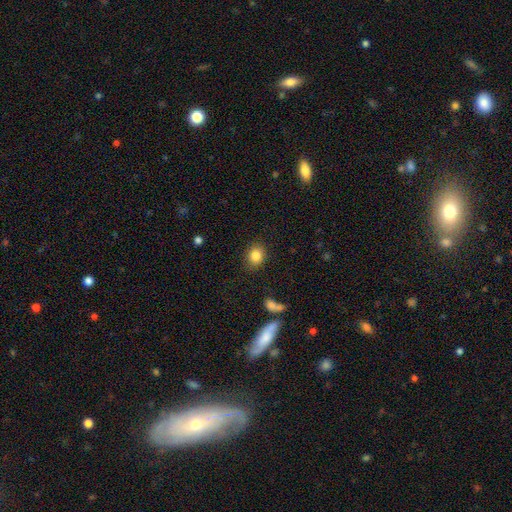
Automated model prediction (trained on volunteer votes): Smooth or featured? smooth (84%)
How rounded? round (51%)
Merging? none (85%)